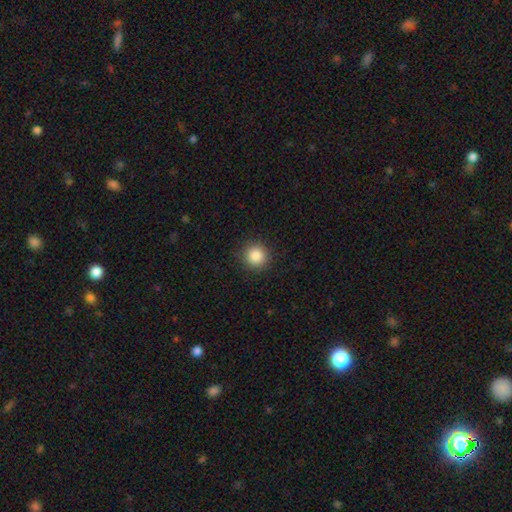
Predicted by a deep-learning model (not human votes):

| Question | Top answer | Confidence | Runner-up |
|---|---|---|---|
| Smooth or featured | smooth | 87% | star or artifact (10%) |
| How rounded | round | 95% | in between (4%) |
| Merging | none | 91% | minor disturbance (6%) |